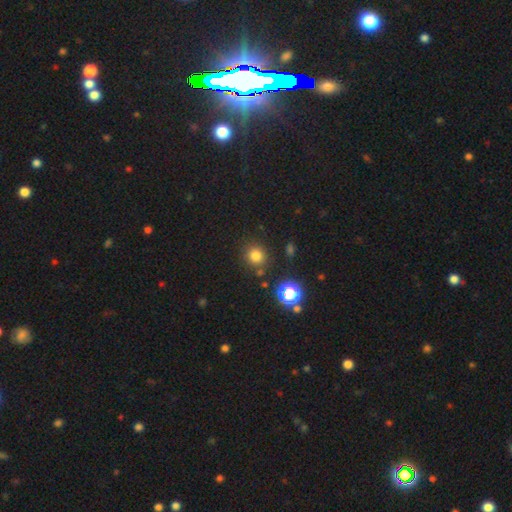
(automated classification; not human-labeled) This appears to be a smooth galaxy with no disk features (77%) that is round (88%). Merging: none (84%).